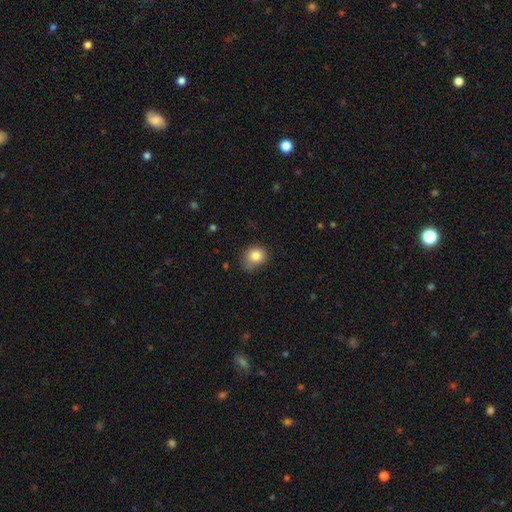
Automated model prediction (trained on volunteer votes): The model was most divided on "merging": none: 57%, minor disturbance: 32%, major disturbance: 9%, merger: 3%. More confident: smooth or featured — smooth (83%); how rounded — round (69%).